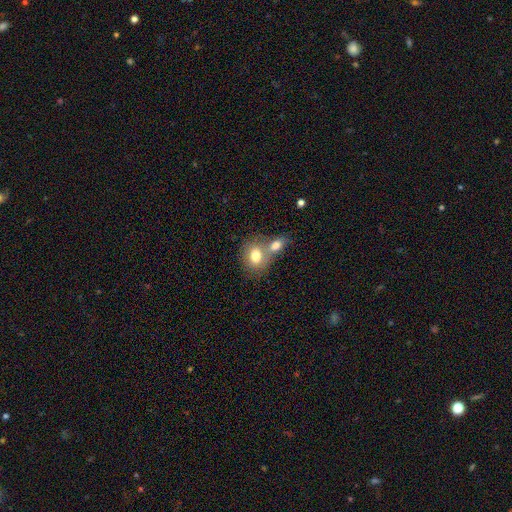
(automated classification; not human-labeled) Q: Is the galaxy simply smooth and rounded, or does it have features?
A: smooth — 77%.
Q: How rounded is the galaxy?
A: in between — 57%.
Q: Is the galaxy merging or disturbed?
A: merger — 54%.